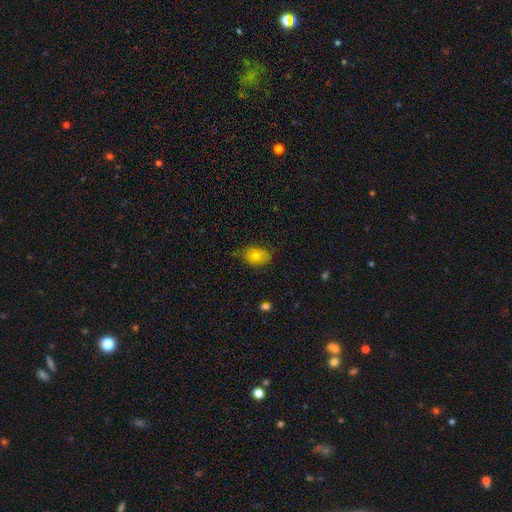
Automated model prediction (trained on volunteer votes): Overall: smooth (77%). How rounded: in between (76%). Merging: none (71%).